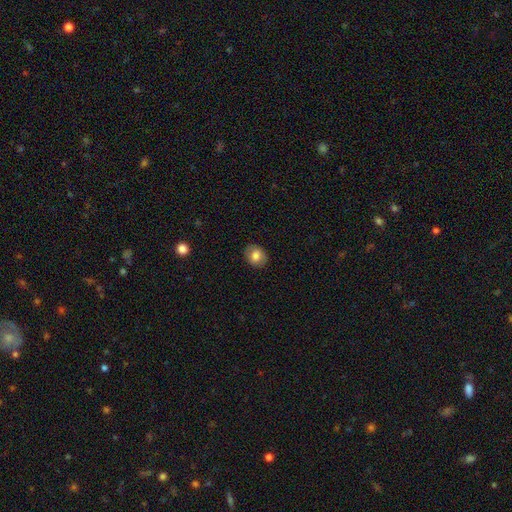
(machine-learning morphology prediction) type=smooth (79%); roundness=round (55%); merging=none (87%).